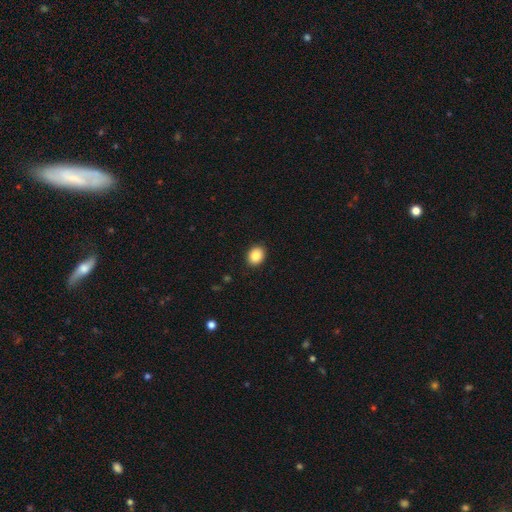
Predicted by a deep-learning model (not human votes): Q: Smooth or featured?
A: smooth (87%); runner-up: star or artifact (8%)
Q: How rounded?
A: in between (53%); runner-up: round (46%)
Q: Merging?
A: none (90%); runner-up: minor disturbance (7%)